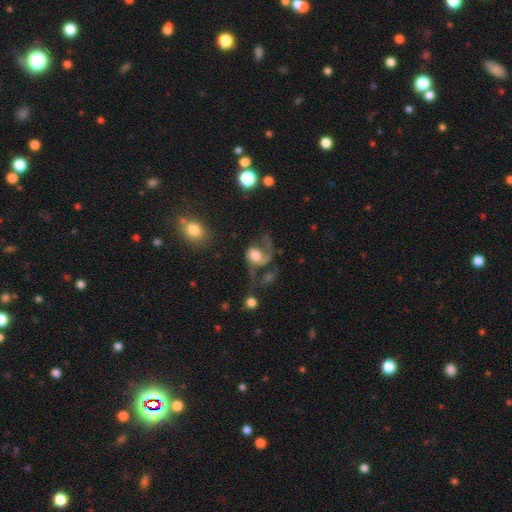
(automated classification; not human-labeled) This appears to be a featured or disk galaxy (71%) with no bar (64%), 2 (58%) loose (60%) spiral arms (90%) and a moderate central bulge (50%). Merging: major disturbance (43%).